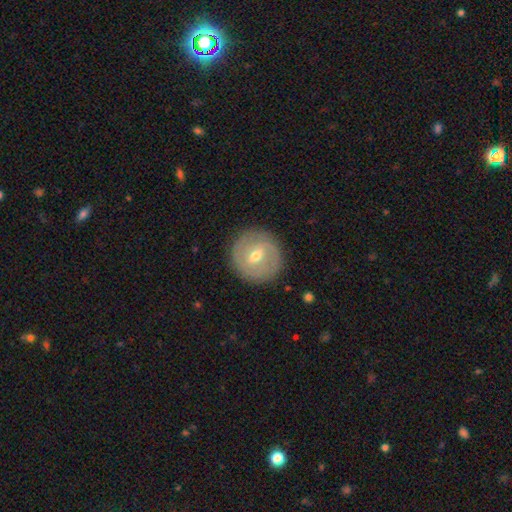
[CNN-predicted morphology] Smooth or featured?
  - featured or disk: 62% *
  - smooth: 31%
  - star or artifact: 7%
Edge-on disk?
  - no: 95% *
  - yes: 5%
Bar?
  - weak: 56% *
  - no: 23%
  - strong: 21%
Spiral arms?
  - yes: 67% *
  - no: 33%
Bulge size?
  - moderate: 61% *
  - small: 36%
  - large: 2%
  - none: 1%
  - dominant: 1%
Merging?
  - none: 88% *
  - minor disturbance: 8%
  - major disturbance: 3%
  - merger: 1%